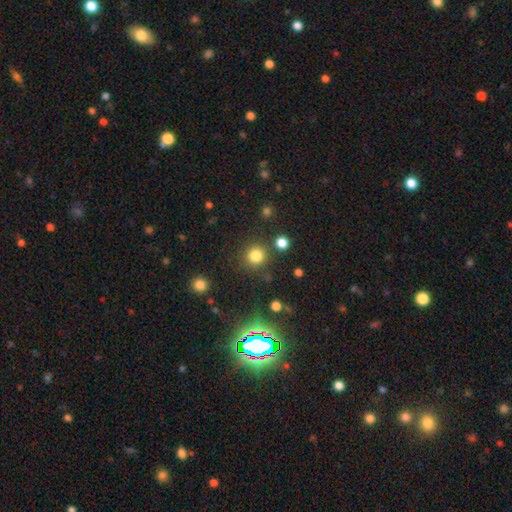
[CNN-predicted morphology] A smooth galaxy with no disk features (80%) that is round (92%). Merging: none (82%).